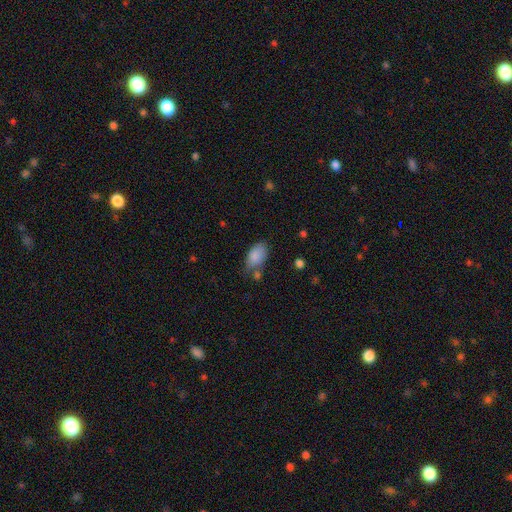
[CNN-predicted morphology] A smooth galaxy with no disk features (86%) that is in between round and cigar-shaped (93%).

Vote fractions:
- Smooth or featured? smooth: 86% / star or artifact: 7% / featured or disk: 7%
- How rounded? in between: 93% / round: 5% / cigar-shaped: 2%
- Merging? none: 58% / minor disturbance: 26% / merger: 9% / major disturbance: 7%